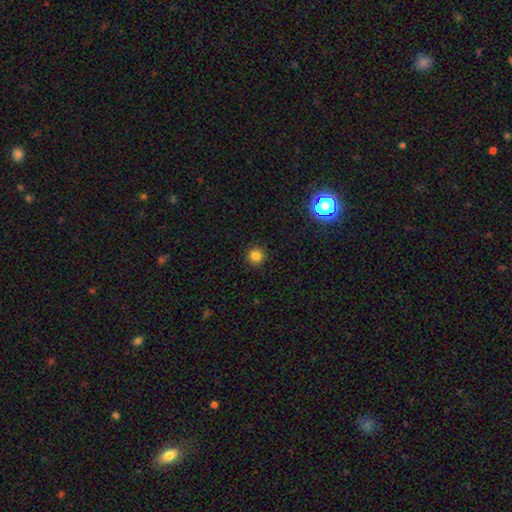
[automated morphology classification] Q: Smooth or featured?
A: smooth (83%); runner-up: star or artifact (13%)
Q: How rounded?
A: round (95%); runner-up: in between (4%)
Q: Merging?
A: none (92%); runner-up: minor disturbance (5%)